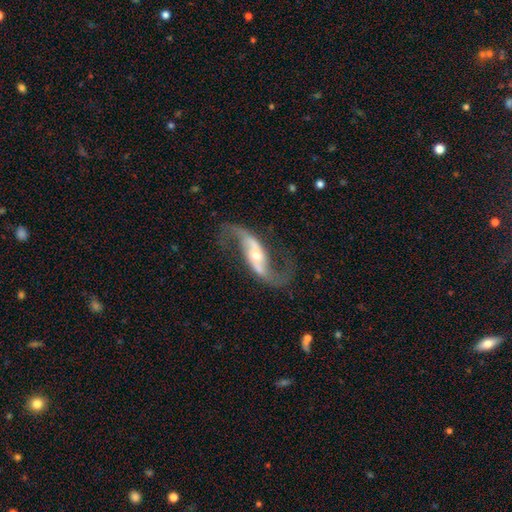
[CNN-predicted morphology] type=featured or disk (92%); edge-on=no (95%); bar=strong (39%); spiral arms=yes (97%); winding=loose (79%); arm count=2 (94%); bulge=small (50%); merging=none (78%).